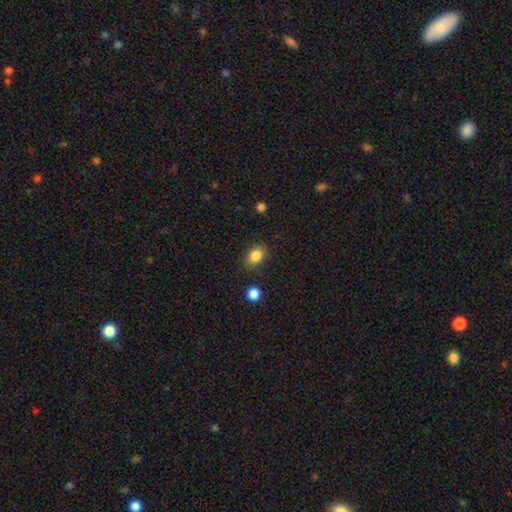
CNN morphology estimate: The model was most divided on "how rounded": in between: 78%, round: 21%, cigar-shaped: 1%. More confident: smooth or featured — smooth (85%); merging — none (84%).